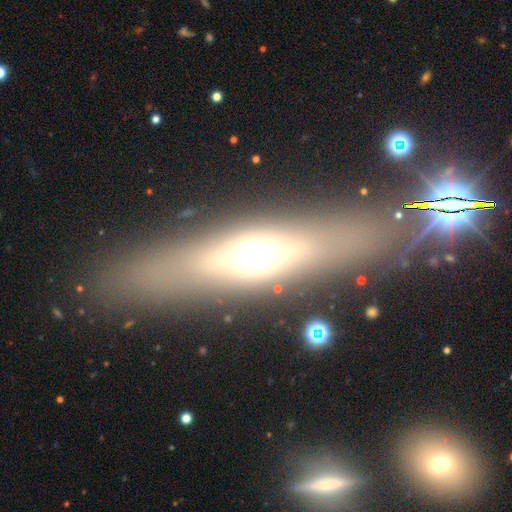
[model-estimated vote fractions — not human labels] smooth_or_featured: smooth (p=0.43) [alt: featured or disk p=0.42]
merging: none (p=0.84) [alt: minor disturbance p=0.08]